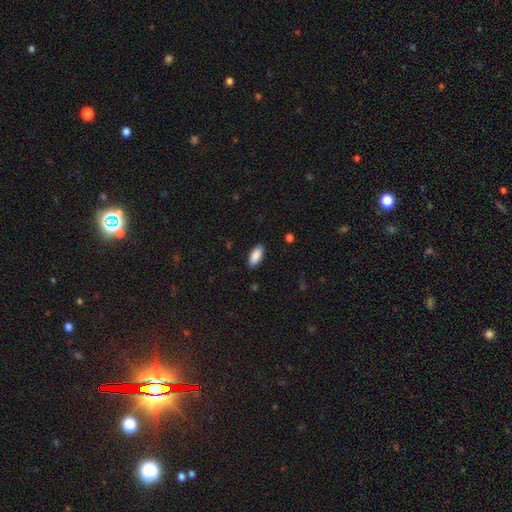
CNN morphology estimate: Smooth or featured? smooth (90%)
How rounded? in between (89%)
Merging? none (89%)